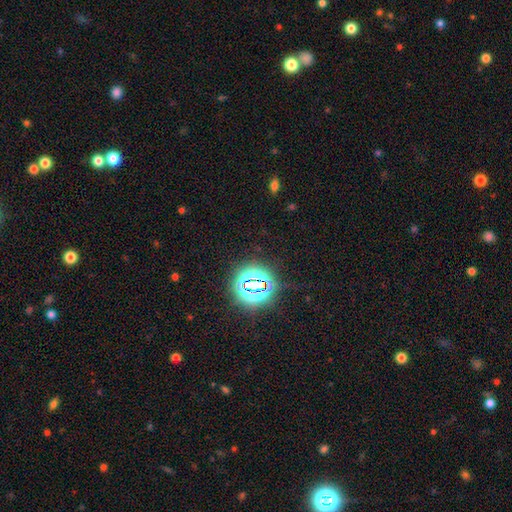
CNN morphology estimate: smooth_or_featured: star or artifact (p=0.81) [alt: smooth p=0.13]